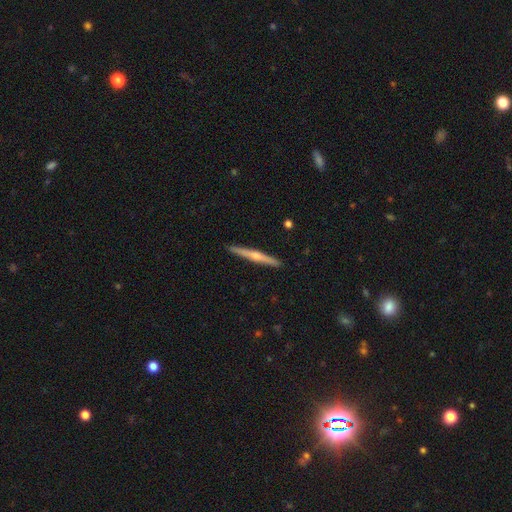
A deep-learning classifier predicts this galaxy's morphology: type=featured or disk (69%); edge-on=yes (98%); edge-on bulge=rounded (83%); merging=none (92%).